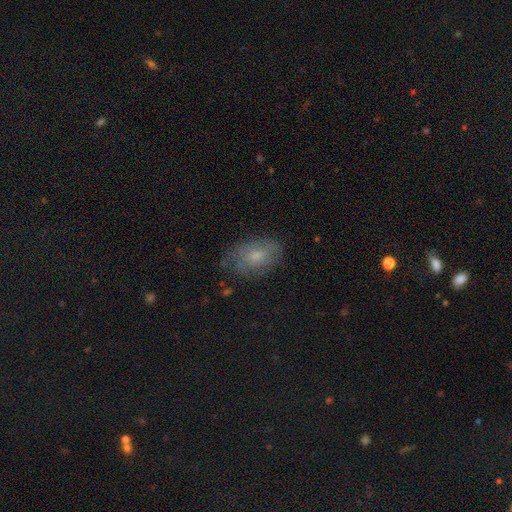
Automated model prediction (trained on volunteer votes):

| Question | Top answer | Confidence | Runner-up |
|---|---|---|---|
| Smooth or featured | smooth | 60% | featured or disk (31%) |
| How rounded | in between | 88% | round (9%) |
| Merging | none | 66% | minor disturbance (24%) |